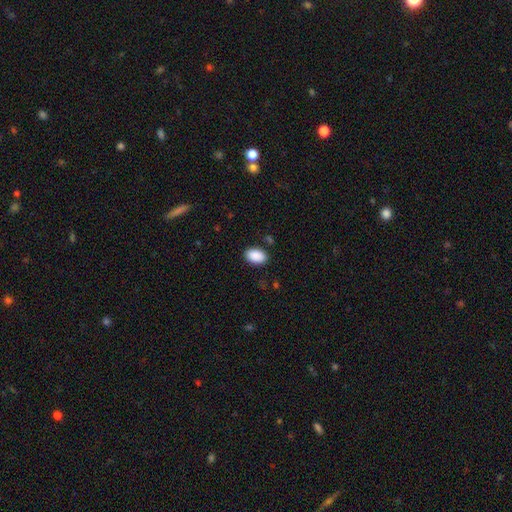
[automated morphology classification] The model was most divided on "merging": none: 87%, minor disturbance: 9%, major disturbance: 2%, merger: 1%. More confident: how rounded — in between (91%); smooth or featured — smooth (90%).